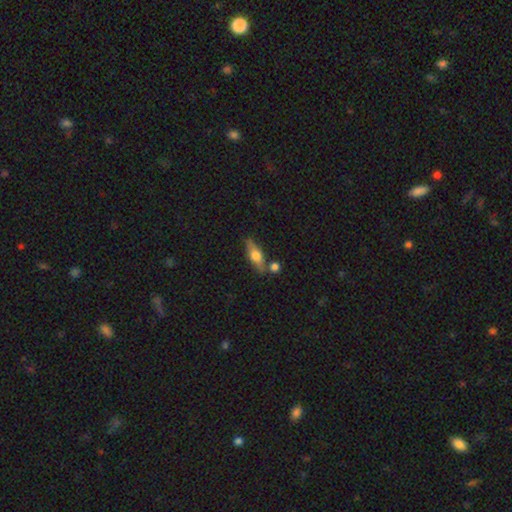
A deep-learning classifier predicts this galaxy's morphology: A featured or disk galaxy (53%) viewed edge-on (90%).

Vote fractions:
- Smooth or featured? featured or disk: 53% / smooth: 40% / star or artifact: 7%
- Edge-on disk? yes: 90% / no: 10%
- Merging? none: 73% / minor disturbance: 12% / merger: 11% / major disturbance: 4%